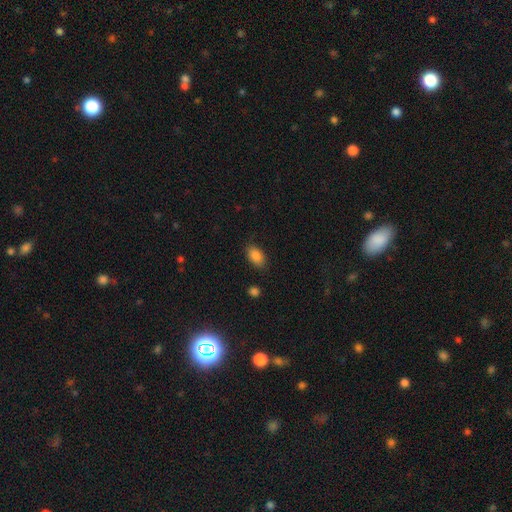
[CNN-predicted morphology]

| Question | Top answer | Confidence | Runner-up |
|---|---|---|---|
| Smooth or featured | smooth | 86% | star or artifact (8%) |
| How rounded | in between | 90% | round (8%) |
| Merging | none | 84% | minor disturbance (12%) |